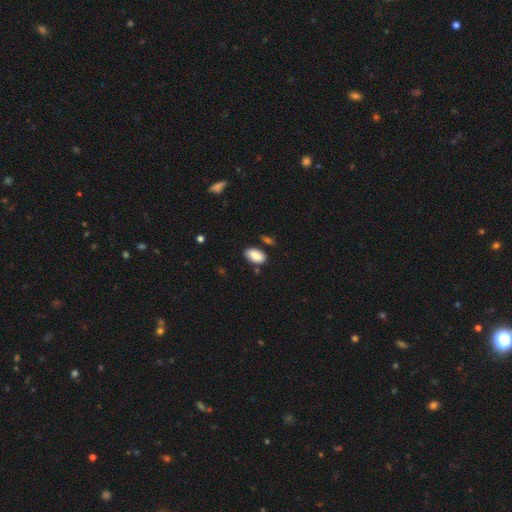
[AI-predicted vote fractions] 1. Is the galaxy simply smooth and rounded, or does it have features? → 87% smooth, 7% star or artifact, 6% featured or disk.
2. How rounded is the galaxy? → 95% in between, 3% round, 2% cigar-shaped.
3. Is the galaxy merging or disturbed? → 80% none, 12% minor disturbance, 4% merger, 3% major disturbance.